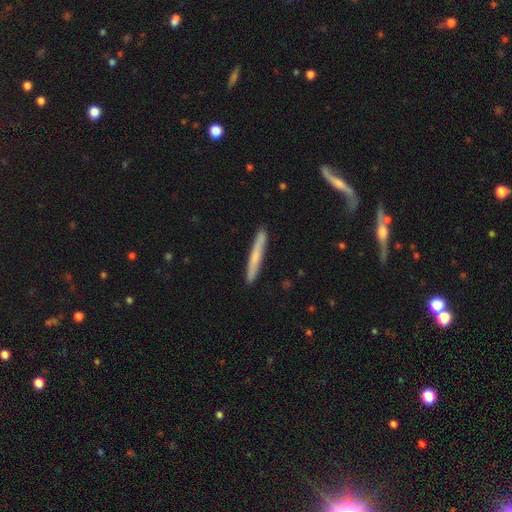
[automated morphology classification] This appears to be a smooth galaxy with no disk features (58%) that is cigar-shaped (96%). Merging: none (89%).